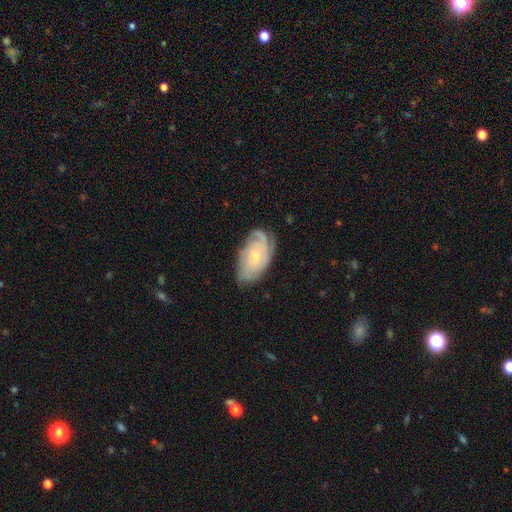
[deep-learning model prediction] Smooth or featured: featured or disk — 73% (smooth — 21%)
Edge-on disk: no — 94% (yes — 6%)
Bar: no — 77% (weak — 20%)
Spiral arms: yes — 92% (no — 8%)
Spiral winding: tight — 66% (medium — 26%)
Spiral arm count: can't tell — 40% (3 — 20%)
Bulge size: small — 66% (moderate — 30%)
Merging: none — 71% (minor disturbance — 21%)